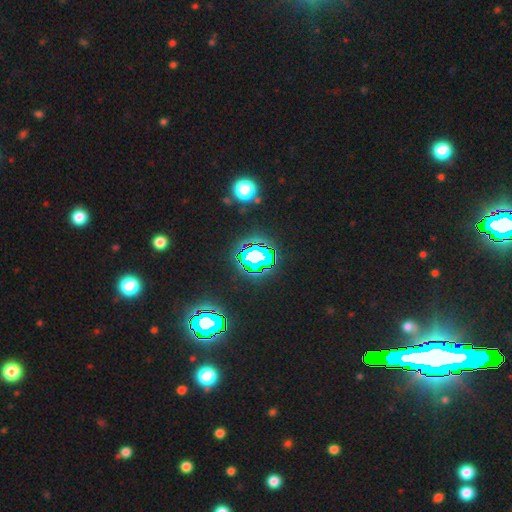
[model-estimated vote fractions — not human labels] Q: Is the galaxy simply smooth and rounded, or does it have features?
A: star or artifact — 70%.